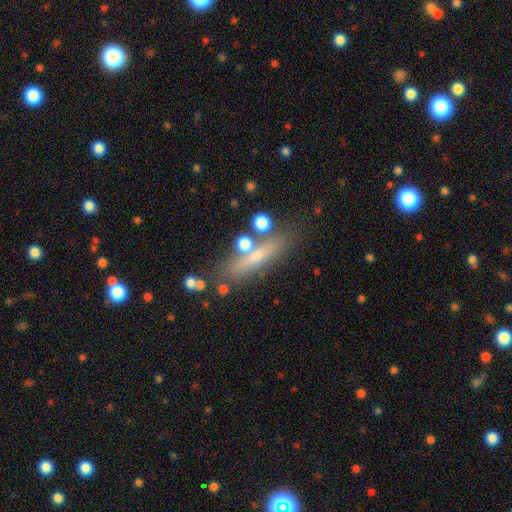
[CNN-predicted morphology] A smooth galaxy with no disk features (53%) that is cigar-shaped (76%). Merging: none (70%).